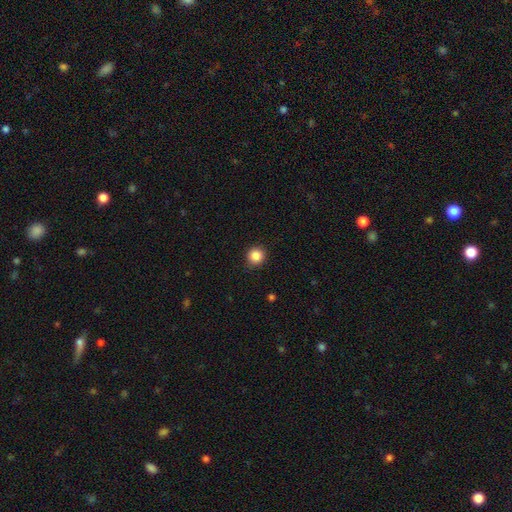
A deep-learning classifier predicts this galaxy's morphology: This appears to be a smooth galaxy with no disk features (87%) that is round (92%). Merging: none (90%).